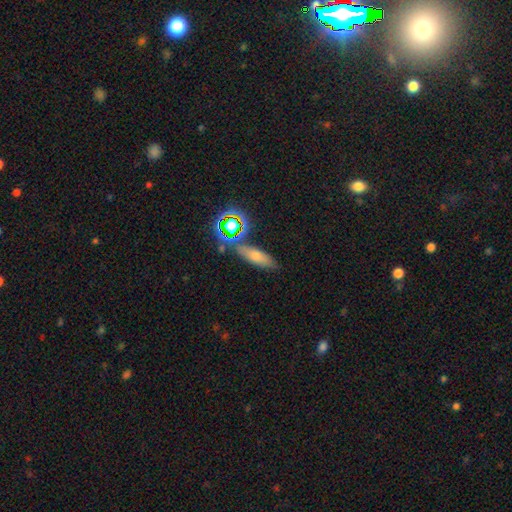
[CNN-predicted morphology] type=smooth (50%); roundness=in between (47%); merging=none (75%).